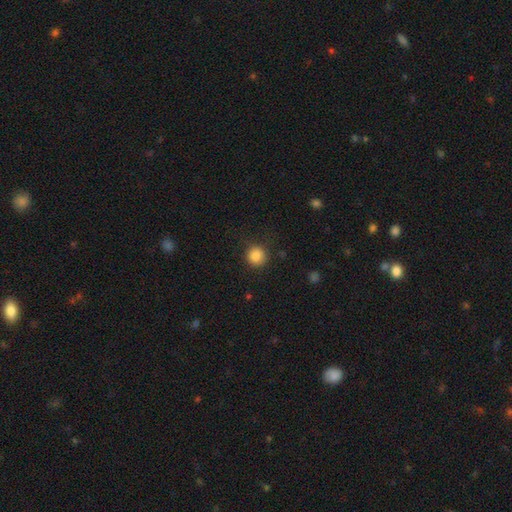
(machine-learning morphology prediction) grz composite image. It shows a smooth galaxy with no disk features (85%) that is round (91%). Merging: none (85%).